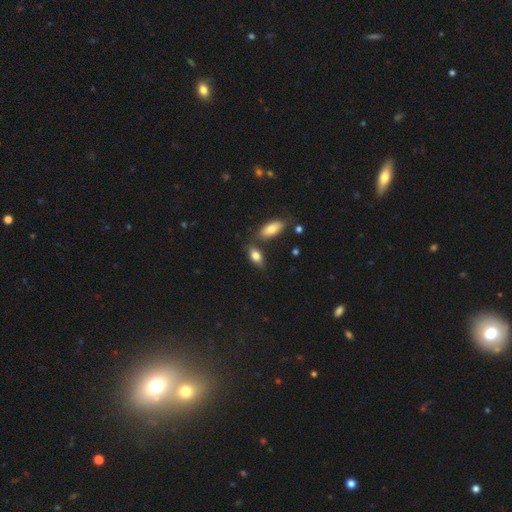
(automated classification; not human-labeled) Overall: smooth (74%). How rounded: in between (84%). Merging: none (65%).